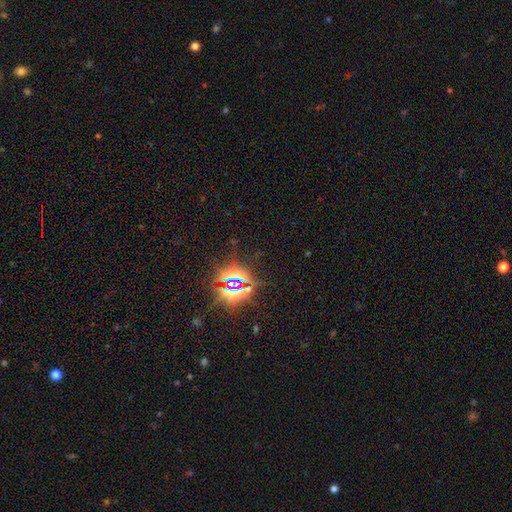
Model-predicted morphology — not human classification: The model was most divided on "smooth or featured": star or artifact: 83%, smooth: 9%, featured or disk: 7%.